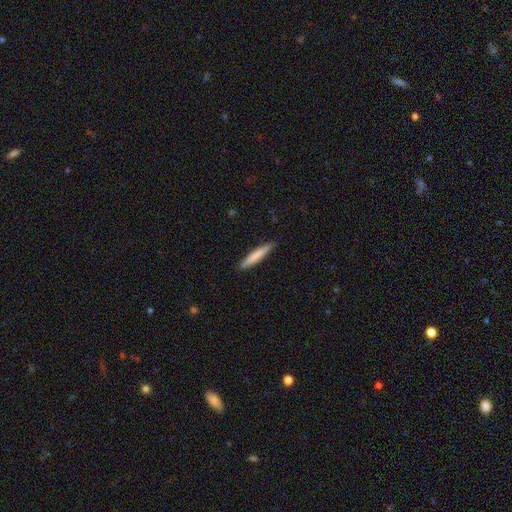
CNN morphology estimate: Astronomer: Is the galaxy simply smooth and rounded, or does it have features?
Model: smooth — 76%.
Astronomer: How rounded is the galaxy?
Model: cigar-shaped — 93%.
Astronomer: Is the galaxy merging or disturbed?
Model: none — 89%.